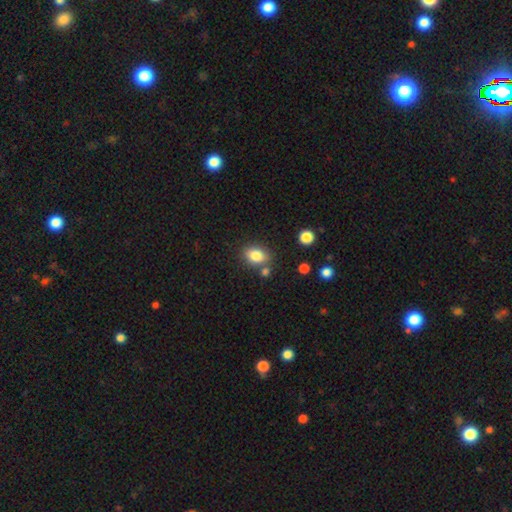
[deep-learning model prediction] Smooth or featured? Predicted: smooth (p=0.83). How rounded? Predicted: in between (p=0.65). Merging? Predicted: none (p=0.73).